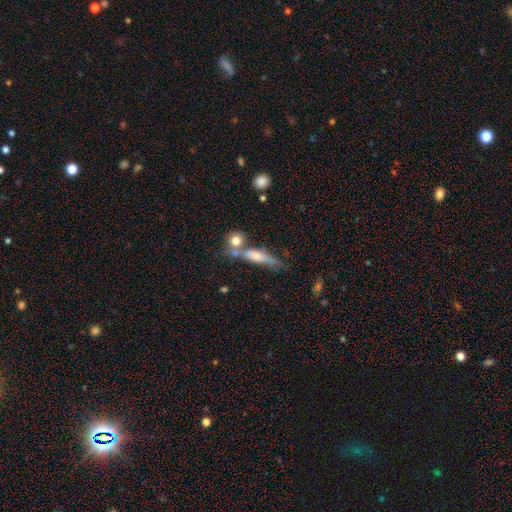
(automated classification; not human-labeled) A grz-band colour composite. It shows a smooth galaxy with no disk features (46%). Merging: none (50%).